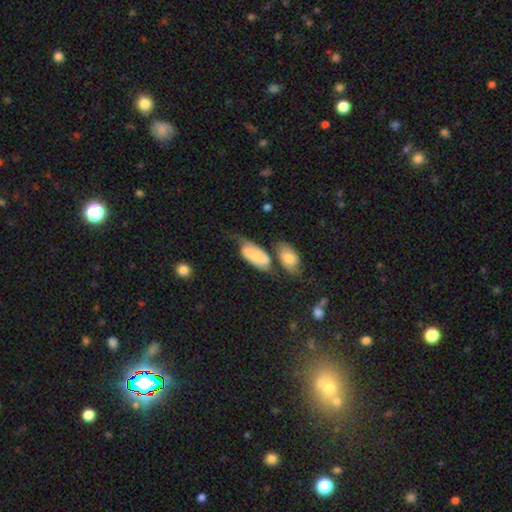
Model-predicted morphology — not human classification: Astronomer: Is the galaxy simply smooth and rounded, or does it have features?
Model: smooth — 57% (runner-up: featured or disk, 37%).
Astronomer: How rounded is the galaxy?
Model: in between — 90%.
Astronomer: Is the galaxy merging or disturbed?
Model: merger — 37% (runner-up: none, 28%).